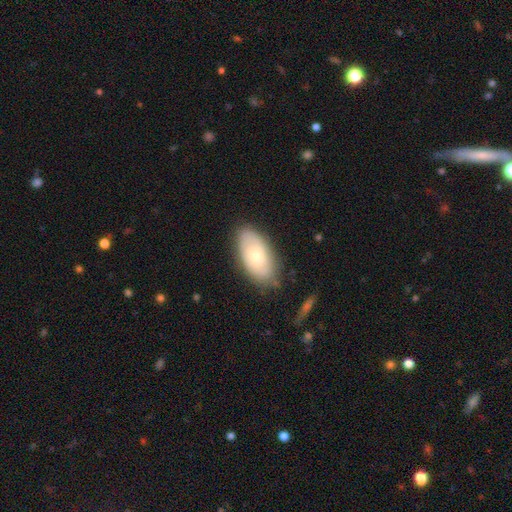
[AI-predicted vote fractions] This is possibly a smooth galaxy (51%). How rounded: clearly in between (92%). Merging: likely none (77%).